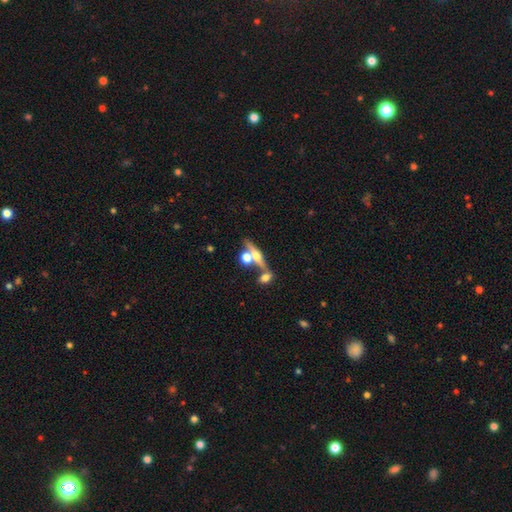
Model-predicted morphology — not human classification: Q: Smooth or featured?
A: featured or disk (60%); runner-up: smooth (29%)
Q: Edge-on disk?
A: yes (87%); runner-up: no (13%)
Q: Edge-on bulge?
A: rounded (91%); runner-up: boxy (5%)
Q: Merging?
A: none (54%); runner-up: merger (30%)